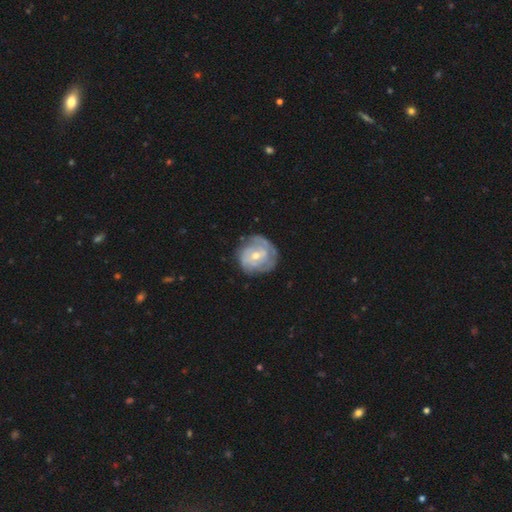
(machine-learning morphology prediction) A featured or disk galaxy (70%) with no bar (61%), tight (56%) spiral arms (77%) and a moderate central bulge (50%). Merging: none (68%).